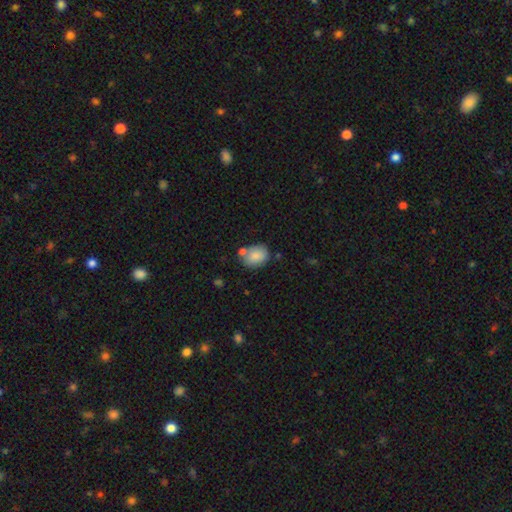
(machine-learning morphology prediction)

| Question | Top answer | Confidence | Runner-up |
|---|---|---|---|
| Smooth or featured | smooth | 83% | featured or disk (9%) |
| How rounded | in between | 59% | round (40%) |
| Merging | none | 65% | minor disturbance (17%) |